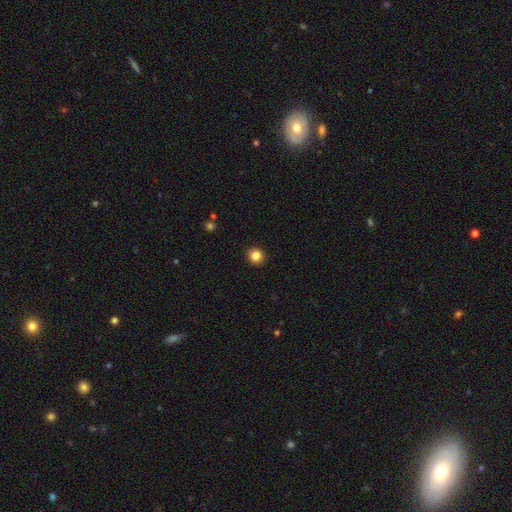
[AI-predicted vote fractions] This is clearly a smooth galaxy (84%). How rounded: clearly round (90%). Merging: clearly none (93%).